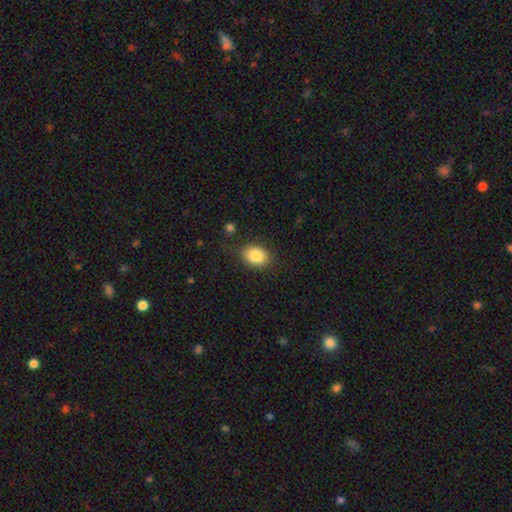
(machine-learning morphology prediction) Overall: smooth (84%). How rounded: in between (65%; round 34%). Merging: none (79%).